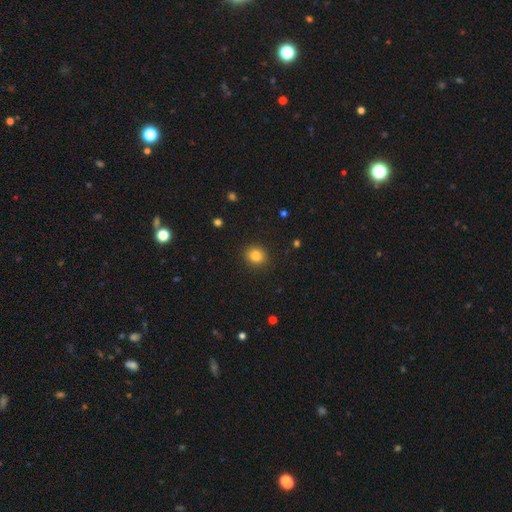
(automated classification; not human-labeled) Q: Smooth or featured?
A: smooth (84%); runner-up: star or artifact (11%)
Q: How rounded?
A: round (77%); runner-up: in between (22%)
Q: Merging?
A: none (90%); runner-up: minor disturbance (7%)